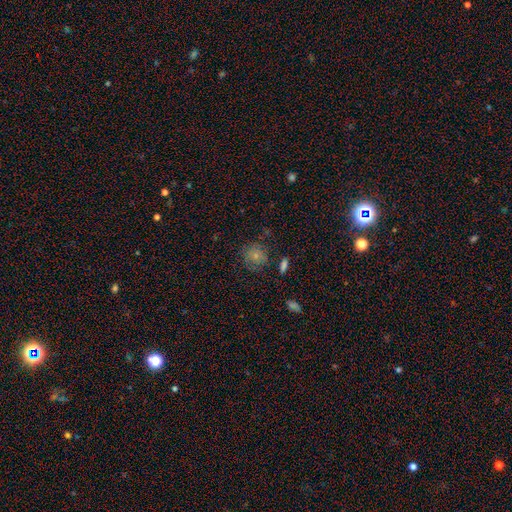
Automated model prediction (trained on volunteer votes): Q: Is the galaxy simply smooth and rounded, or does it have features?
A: smooth — 75%.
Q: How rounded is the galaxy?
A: round — 87%.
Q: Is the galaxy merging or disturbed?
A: none — 76%.